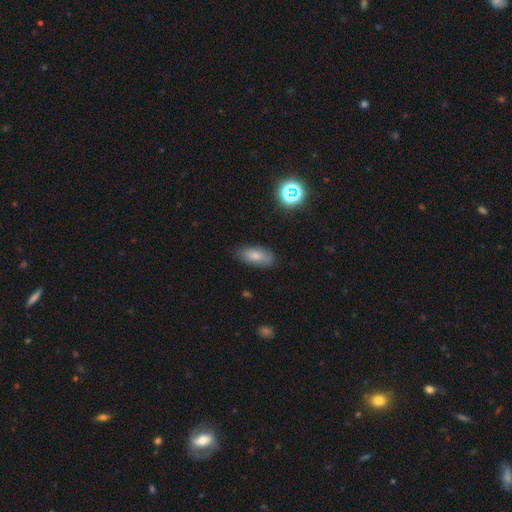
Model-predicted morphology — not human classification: smooth_or_featured: smooth (p=0.73) [alt: featured or disk p=0.17]
how_rounded: in between (p=0.87) [alt: cigar-shaped p=0.10]
merging: none (p=0.74) [alt: minor disturbance p=0.19]